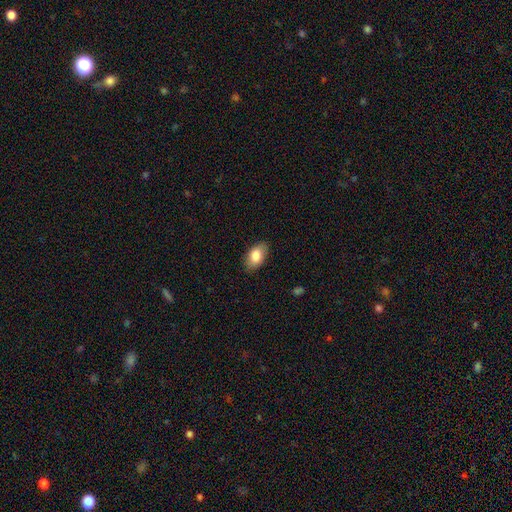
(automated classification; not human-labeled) Morphology: type=smooth (83%); roundness=in between (92%); merging=none (85%).